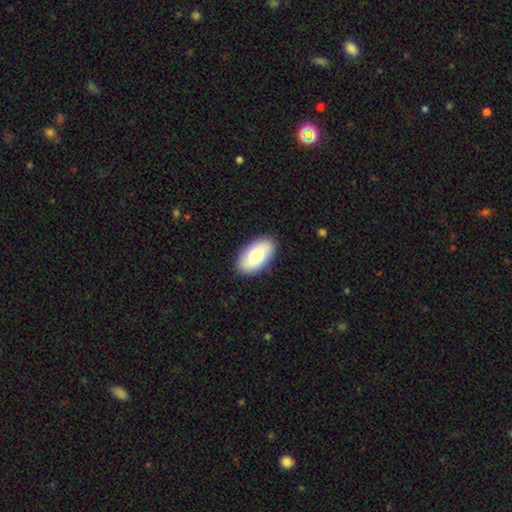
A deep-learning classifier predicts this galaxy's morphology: Smooth or featured? Predicted: smooth (p=0.78). How rounded? Predicted: in between (p=0.95). Merging? Predicted: none (p=0.88).